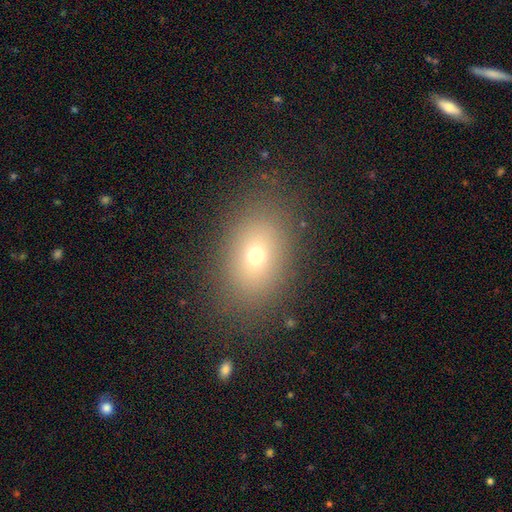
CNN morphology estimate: type=smooth (68%); roundness=in between (74%); merging=none (84%).